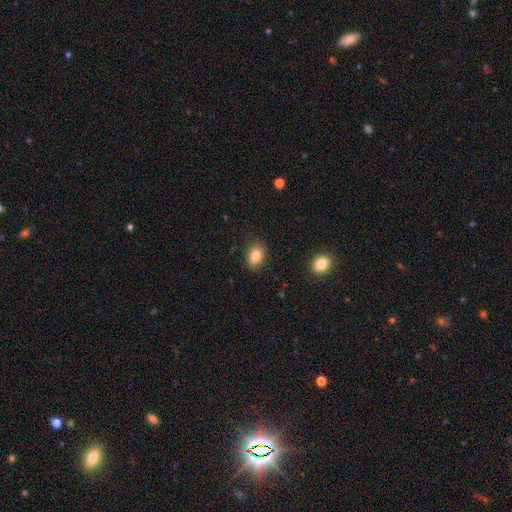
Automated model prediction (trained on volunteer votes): The model was most divided on "how rounded": in between: 80%, round: 19%, cigar-shaped: 1%. More confident: merging — none (86%); smooth or featured — smooth (84%).